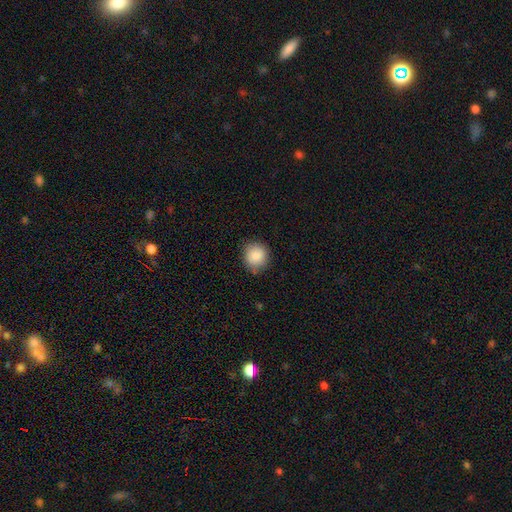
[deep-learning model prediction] This appears to be a smooth galaxy with no disk features (86%) that is round (86%). Merging: none (84%).